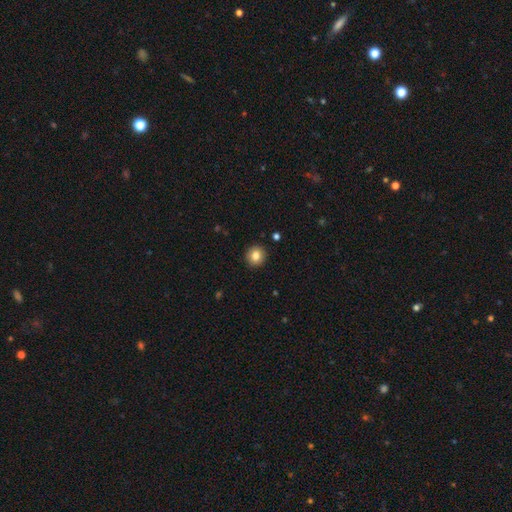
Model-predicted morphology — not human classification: smooth-or-featured: smooth: 83% | star or artifact: 10% | featured or disk: 7%
  how-rounded: round: 91% | in between: 9% | cigar-shaped: 1%
  merging: none: 92% | minor disturbance: 5% | major disturbance: 2% | merger: 1%